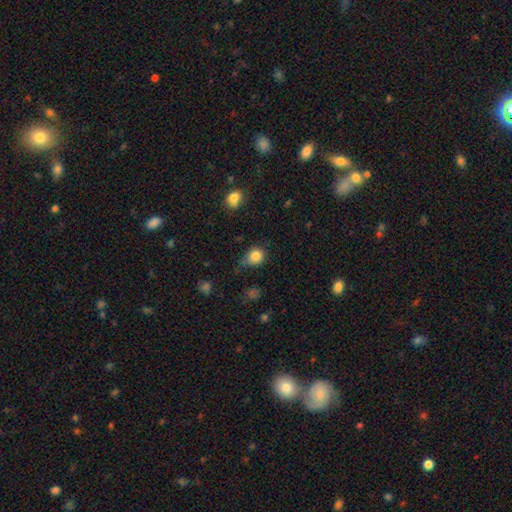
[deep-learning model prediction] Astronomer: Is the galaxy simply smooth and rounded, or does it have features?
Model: smooth — 83%.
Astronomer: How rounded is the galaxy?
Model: round — 69%.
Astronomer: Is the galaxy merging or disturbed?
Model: none — 56% (runner-up: minor disturbance, 32%).